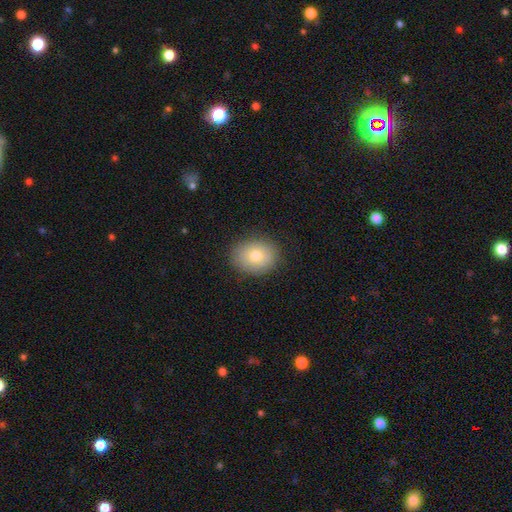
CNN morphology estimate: Q: Smooth or featured?
A: smooth (77%); runner-up: featured or disk (14%)
Q: How rounded?
A: in between (59%); runner-up: round (40%)
Q: Merging?
A: none (86%); runner-up: minor disturbance (10%)